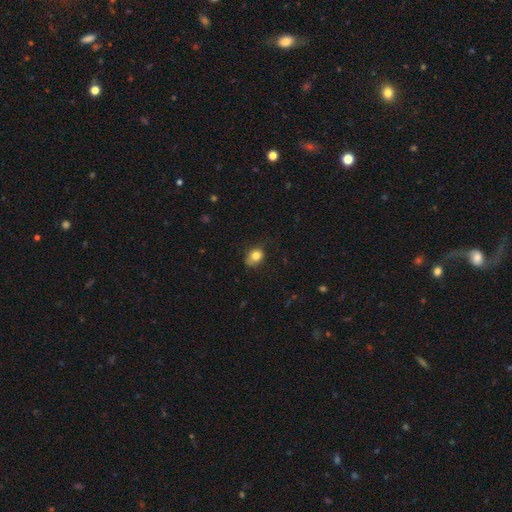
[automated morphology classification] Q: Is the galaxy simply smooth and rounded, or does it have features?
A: smooth — 81%.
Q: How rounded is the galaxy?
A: in between — 52%.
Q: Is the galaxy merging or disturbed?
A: none — 61%.